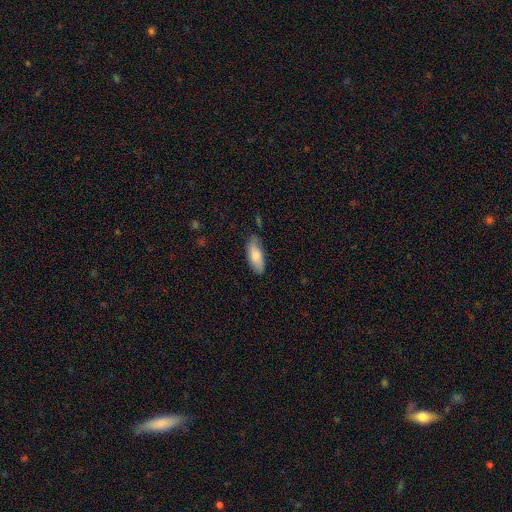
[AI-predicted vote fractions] Smooth or featured: smooth — 80% (featured or disk — 14%)
How rounded: in between — 78% (cigar-shaped — 20%)
Merging: none — 75% (minor disturbance — 20%)